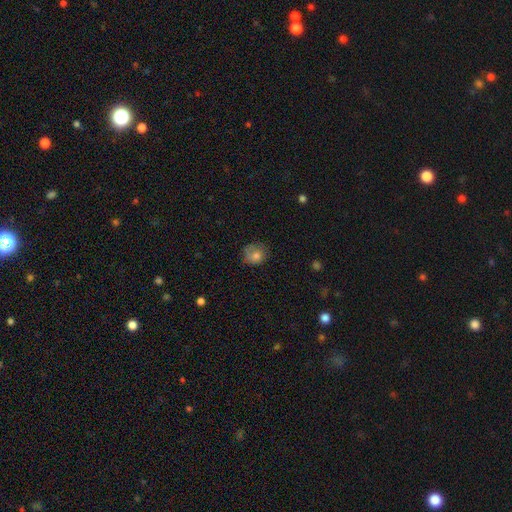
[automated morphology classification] Smooth or featured?
  - smooth: 74% *
  - featured or disk: 16%
  - star or artifact: 10%
How rounded?
  - round: 73% *
  - in between: 26%
  - cigar-shaped: 1%
Merging?
  - none: 58% *
  - minor disturbance: 28%
  - major disturbance: 13%
  - merger: 2%